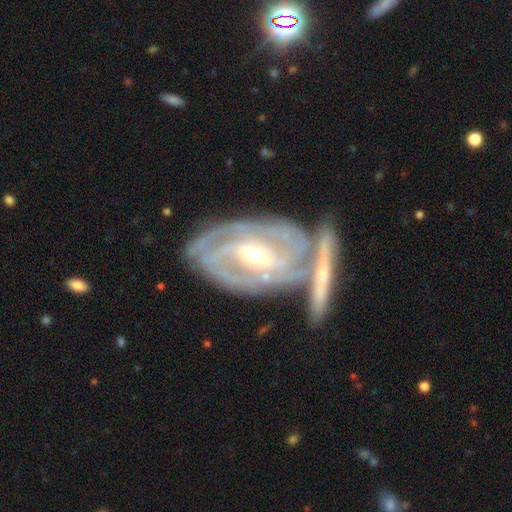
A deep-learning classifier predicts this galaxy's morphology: featured or disk 89%, smooth 7%, star or artifact 4%. Down the decision tree: edge-on disk — no (95%); bar — strong (44%); spiral arms — yes (95%); spiral arm count — 2 (45%); spiral winding — tight (58%); bulge size — moderate (52%); merging — none (53%).